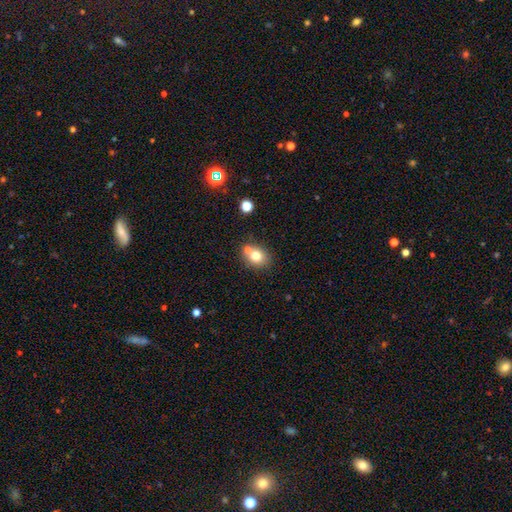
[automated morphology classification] smooth-or-featured: smooth: 76% | star or artifact: 12% | featured or disk: 12%
  how-rounded: round: 64% | in between: 35% | cigar-shaped: 1%
  merging: none: 61% | merger: 26% | minor disturbance: 10% | major disturbance: 3%